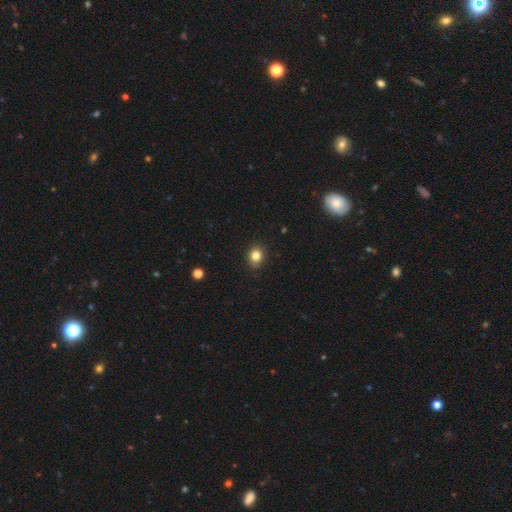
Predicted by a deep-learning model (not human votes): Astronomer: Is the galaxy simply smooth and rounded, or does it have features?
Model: smooth — 83%.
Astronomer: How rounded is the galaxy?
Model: round — 62% (runner-up: in between, 38%).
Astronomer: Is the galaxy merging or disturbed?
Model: none — 89%.